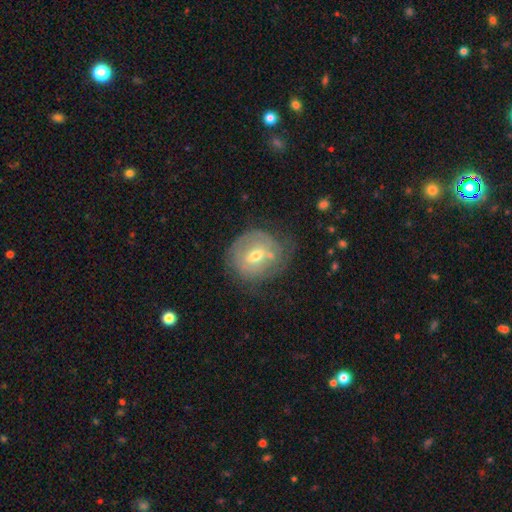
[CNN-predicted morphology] Smooth or featured? Predicted: featured or disk (p=0.57). Edge-on disk? Predicted: no (p=0.95). Bar? Predicted: weak (p=0.51). Spiral arms? Predicted: yes (p=0.53). Bulge size? Predicted: moderate (p=0.65). Merging? Predicted: none (p=0.54).